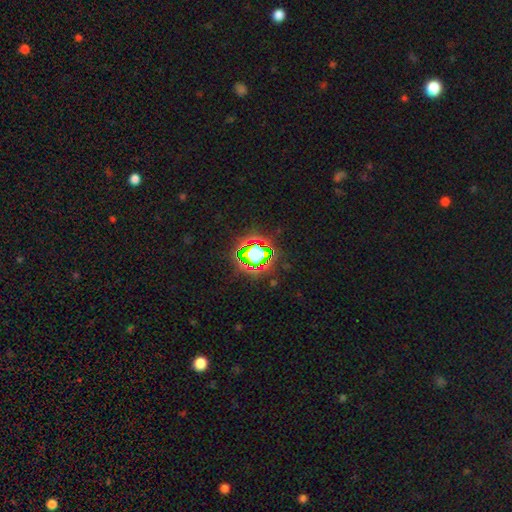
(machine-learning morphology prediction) Overall: star or artifact (65%).